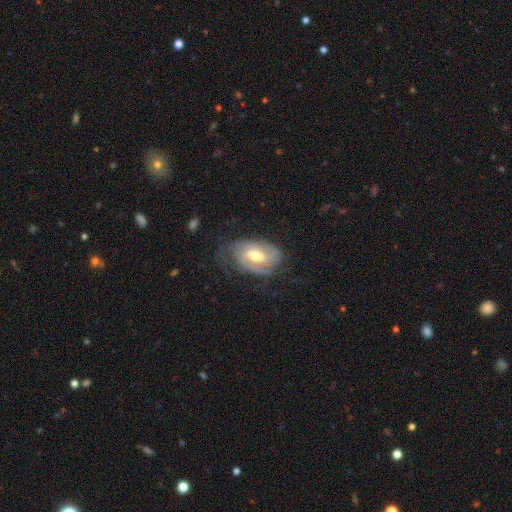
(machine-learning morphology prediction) A featured or disk galaxy (73%) with a weak bar (53%), 2 (53%) tight (51%) spiral arms (89%) and a moderate central bulge (70%). Merging: none (57%).